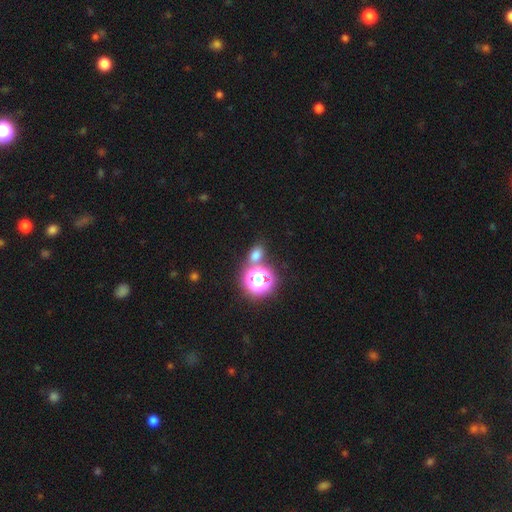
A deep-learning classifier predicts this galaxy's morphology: Overall: smooth (63%; star or artifact 29%). How rounded: in between (53%; round 45%). Merging: none (68%).